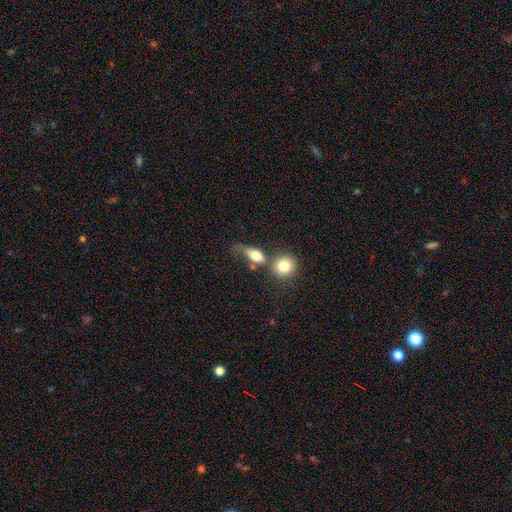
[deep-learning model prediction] Q: Smooth or featured?
A: smooth (74%); runner-up: featured or disk (17%)
Q: How rounded?
A: in between (59%); runner-up: round (31%)
Q: Merging?
A: merger (32%); runner-up: none (29%)